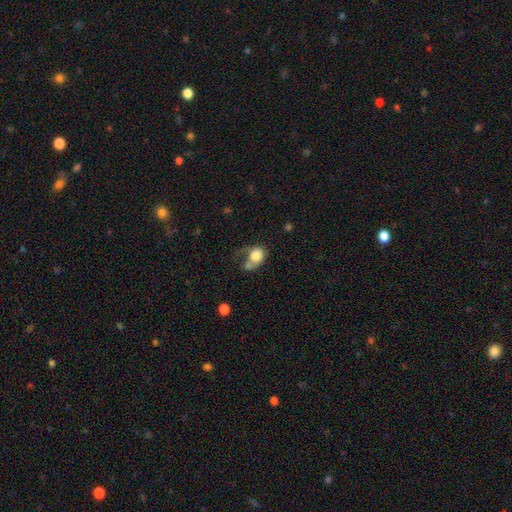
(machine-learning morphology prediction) This appears to be a smooth galaxy with no disk features (72%) that is in between round and cigar-shaped (64%). Merging: major disturbance (38%).